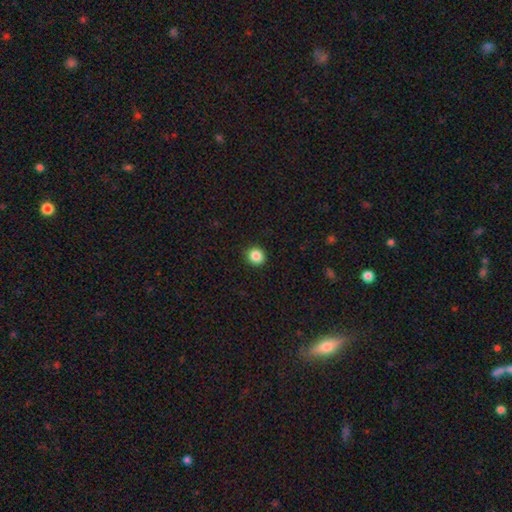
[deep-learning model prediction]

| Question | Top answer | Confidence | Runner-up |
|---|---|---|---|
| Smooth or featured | smooth | 86% | star or artifact (10%) |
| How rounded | round | 89% | in between (10%) |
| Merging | none | 92% | minor disturbance (5%) |